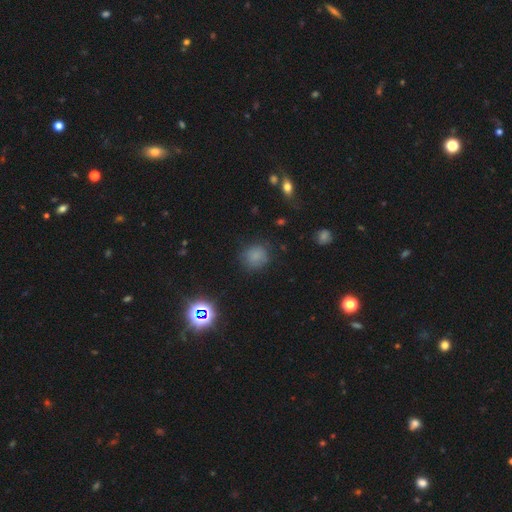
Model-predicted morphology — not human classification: Smooth or featured?
  - smooth: 77% *
  - star or artifact: 16%
  - featured or disk: 7%
How rounded?
  - round: 87% *
  - in between: 12%
  - cigar-shaped: 1%
Merging?
  - none: 79% *
  - minor disturbance: 15%
  - major disturbance: 5%
  - merger: 2%